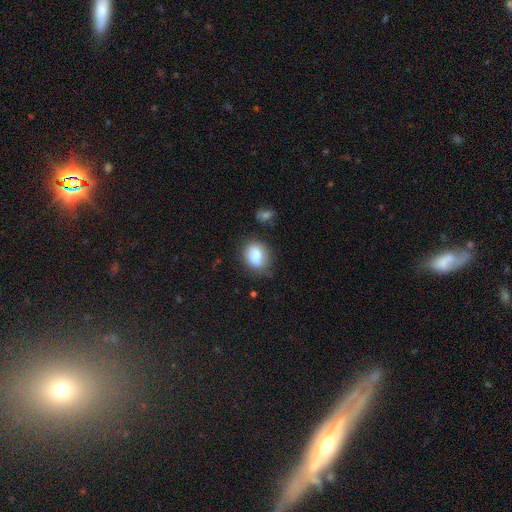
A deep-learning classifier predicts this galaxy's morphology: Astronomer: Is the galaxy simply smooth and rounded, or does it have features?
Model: smooth — 80%.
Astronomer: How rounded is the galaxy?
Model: in between — 65%.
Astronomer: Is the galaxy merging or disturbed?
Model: none — 67%.